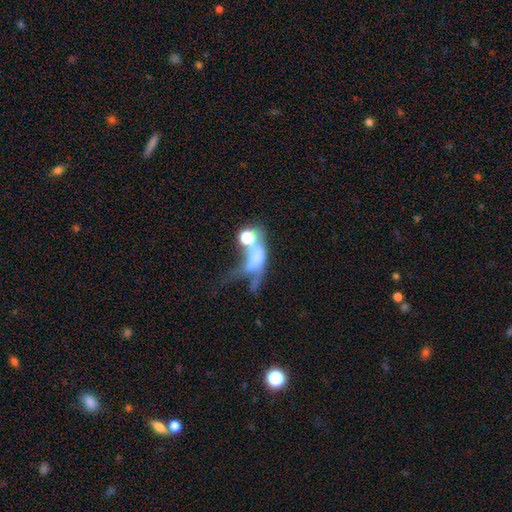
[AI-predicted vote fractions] Smooth or featured?
  - featured or disk: 43% *
  - smooth: 39%
  - star or artifact: 17%
Merging?
  - merger: 44% *
  - major disturbance: 36%
  - none: 13%
  - minor disturbance: 8%